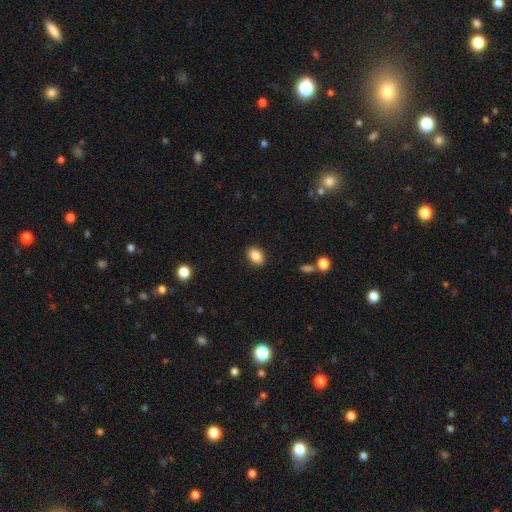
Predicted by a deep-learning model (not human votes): A smooth galaxy with no disk features (87%) that is in between round and cigar-shaped (86%).

Vote fractions:
- Smooth or featured? smooth: 87% / star or artifact: 8% / featured or disk: 5%
- How rounded? in between: 86% / round: 13% / cigar-shaped: 1%
- Merging? none: 88% / minor disturbance: 9% / major disturbance: 2% / merger: 1%